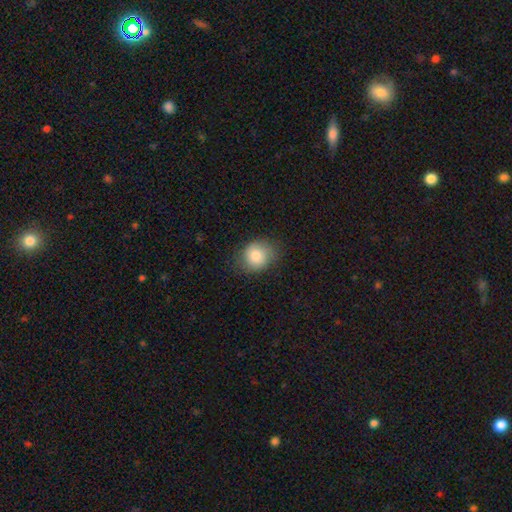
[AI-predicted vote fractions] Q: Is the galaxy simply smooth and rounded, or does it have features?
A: smooth — 81%.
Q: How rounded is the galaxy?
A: round — 68%.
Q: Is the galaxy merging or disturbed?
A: none — 73%.